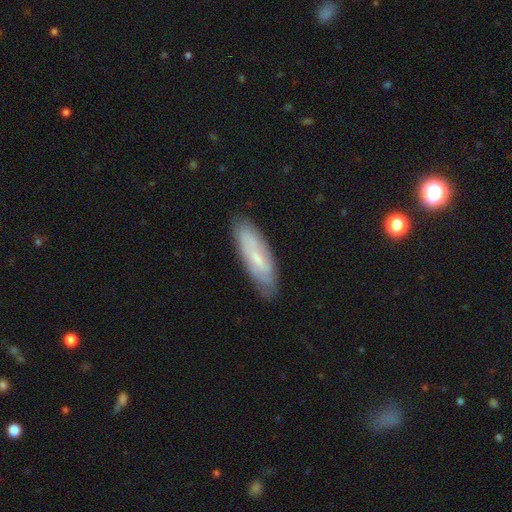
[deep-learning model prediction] A smooth galaxy with no disk features (48%).

Vote fractions:
- Smooth or featured? smooth: 48% / featured or disk: 44% / star or artifact: 7%
- Merging? none: 78% / minor disturbance: 17% / major disturbance: 4% / merger: 1%